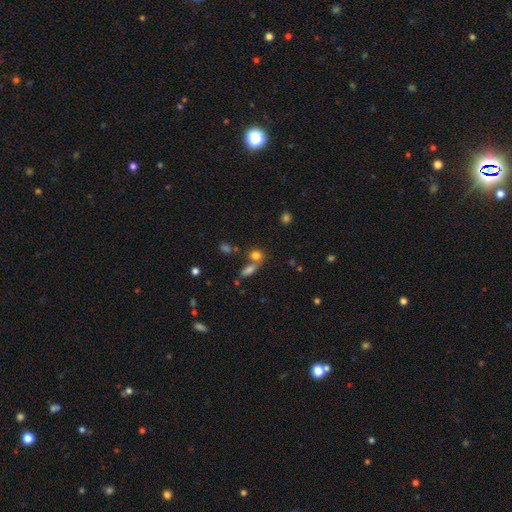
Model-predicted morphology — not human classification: smooth_or_featured: smooth (p=0.77) [alt: star or artifact p=0.14]
how_rounded: round (p=0.56) [alt: in between p=0.40]
merging: none (p=0.48) [alt: merger p=0.37]